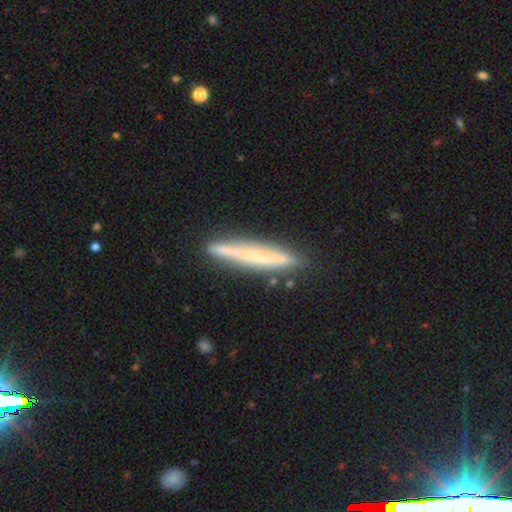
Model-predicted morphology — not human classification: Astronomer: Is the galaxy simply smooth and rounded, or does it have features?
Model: featured or disk — 53% (runner-up: smooth, 40%).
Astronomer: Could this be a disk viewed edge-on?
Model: yes — 95%.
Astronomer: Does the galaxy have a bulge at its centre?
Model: none — 74%.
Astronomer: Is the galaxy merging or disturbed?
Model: none — 87%.